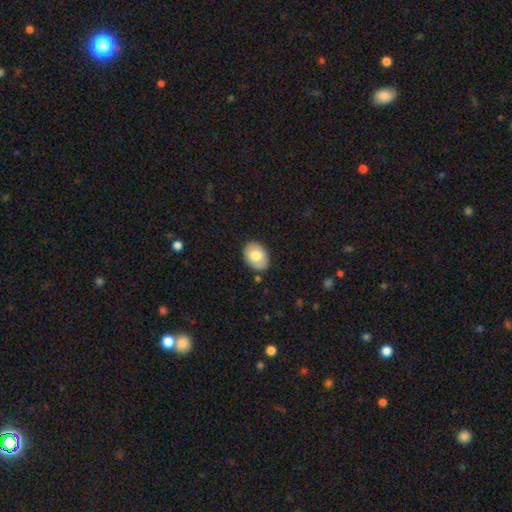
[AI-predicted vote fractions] The model was most divided on "how rounded": in between: 75%, round: 24%, cigar-shaped: 1%. More confident: merging — none (85%); smooth or featured — smooth (74%).